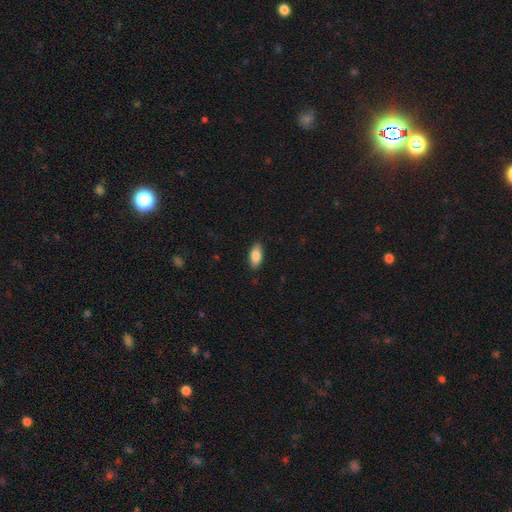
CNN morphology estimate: Smooth or featured? smooth (86%)
How rounded? in between (89%)
Merging? none (87%)